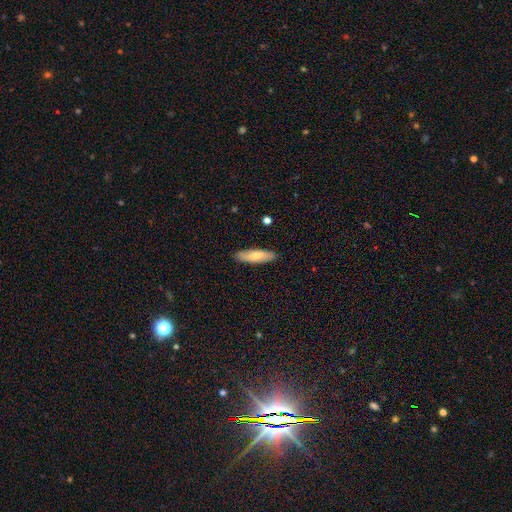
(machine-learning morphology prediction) Overall: smooth (73%). How rounded: cigar-shaped (56%; in between 42%). Merging: none (89%).